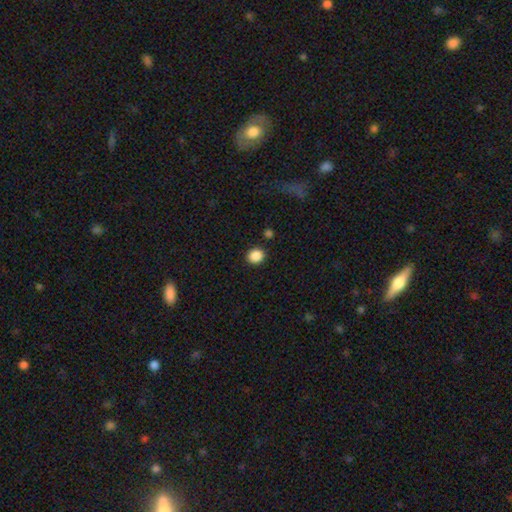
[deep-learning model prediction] Smooth or featured: smooth — 87% (star or artifact — 10%)
How rounded: round — 83% (in between — 16%)
Merging: none — 89% (minor disturbance — 6%)